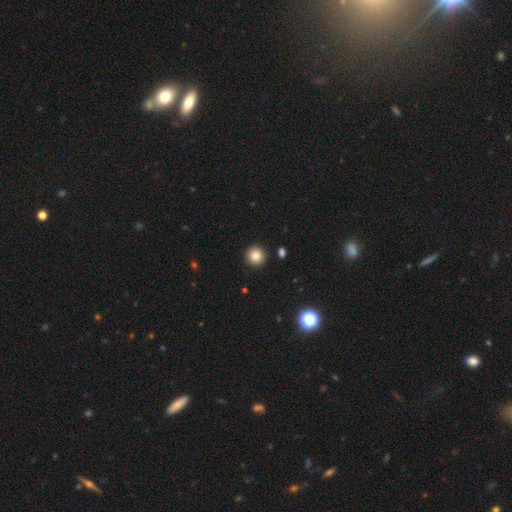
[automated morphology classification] smooth-or-featured: smooth: 85% | star or artifact: 10% | featured or disk: 5%
  how-rounded: round: 95% | in between: 4% | cigar-shaped: 1%
  merging: none: 92% | minor disturbance: 5% | major disturbance: 2% | merger: 2%